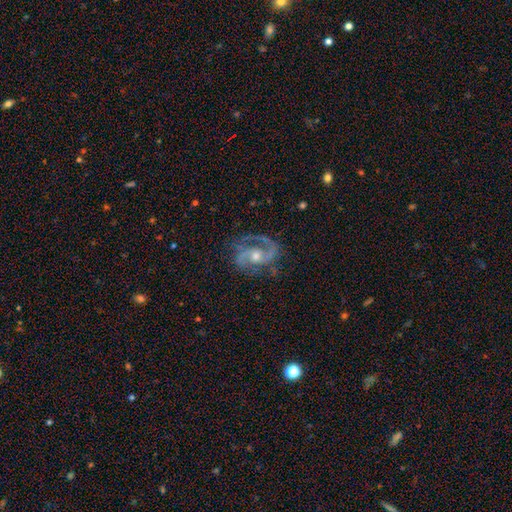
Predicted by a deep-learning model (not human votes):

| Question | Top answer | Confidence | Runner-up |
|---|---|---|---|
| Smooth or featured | featured or disk | 90% | star or artifact (6%) |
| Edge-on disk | no | 98% | yes (2%) |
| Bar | no | 50% | weak (37%) |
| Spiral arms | yes | 97% | no (3%) |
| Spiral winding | medium | 58% | tight (23%) |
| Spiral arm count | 2 | 86% | 1 (5%) |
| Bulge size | moderate | 58% | small (35%) |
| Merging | none | 70% | minor disturbance (18%) |